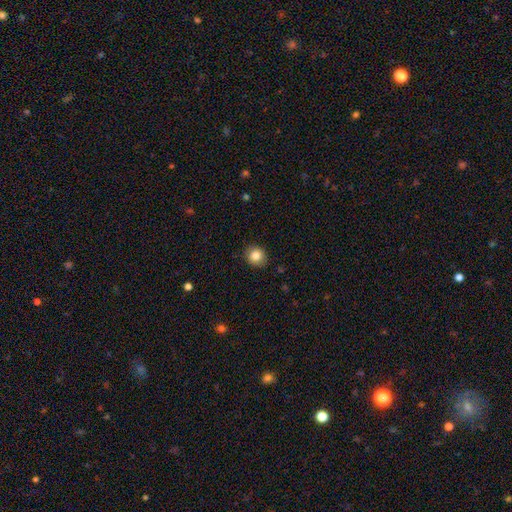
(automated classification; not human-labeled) smooth_or_featured: smooth (p=0.85) [alt: star or artifact p=0.10]
how_rounded: round (p=0.86) [alt: in between p=0.13]
merging: none (p=0.90) [alt: minor disturbance p=0.07]